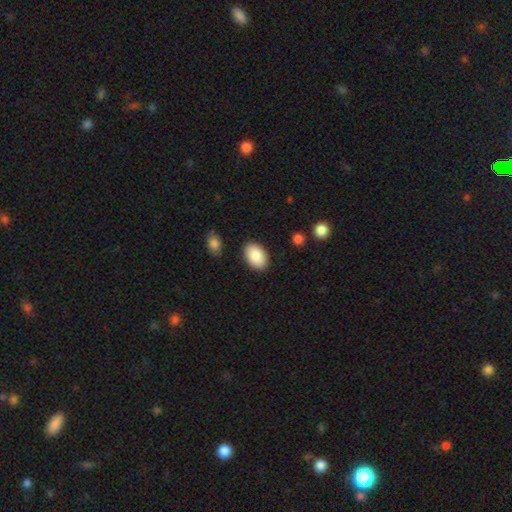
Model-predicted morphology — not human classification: Smooth or featured: smooth — 88% (star or artifact — 6%)
How rounded: in between — 92% (round — 7%)
Merging: none — 88% (minor disturbance — 9%)